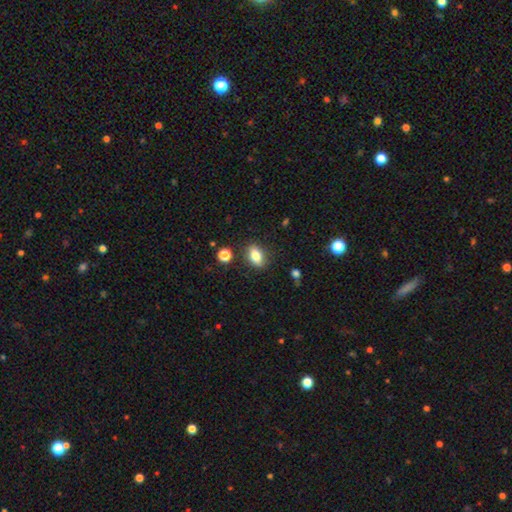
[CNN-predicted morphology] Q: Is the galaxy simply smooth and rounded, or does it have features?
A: smooth — 76%.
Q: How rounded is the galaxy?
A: in between — 79%.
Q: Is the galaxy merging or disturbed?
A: none — 84%.